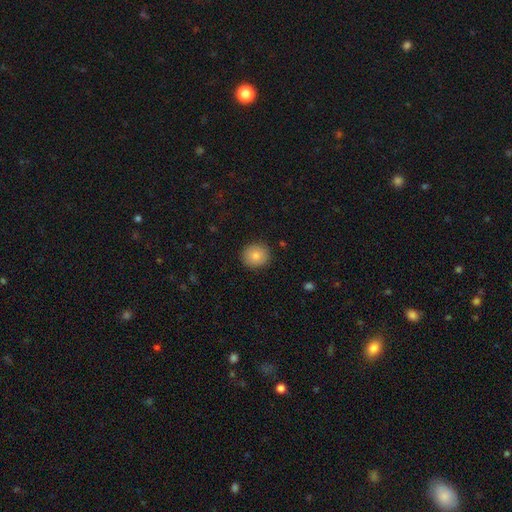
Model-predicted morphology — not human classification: type=smooth (83%); roundness=round (90%); merging=none (90%).